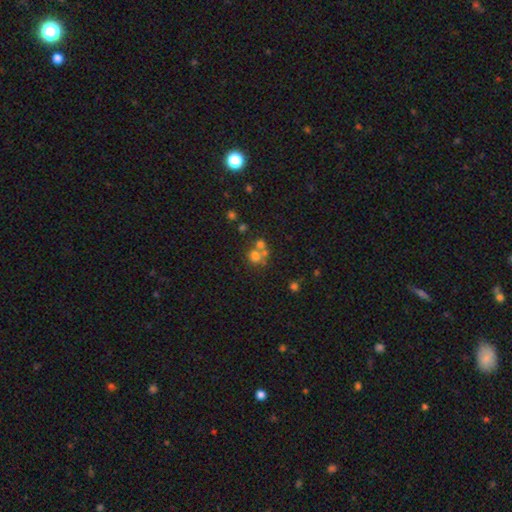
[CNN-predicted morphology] smooth-or-featured: smooth: 64% | featured or disk: 18% | star or artifact: 18%
  how-rounded: round: 84% | in between: 15% | cigar-shaped: 1%
  merging: none: 44% | merger: 43% | minor disturbance: 8% | major disturbance: 5%